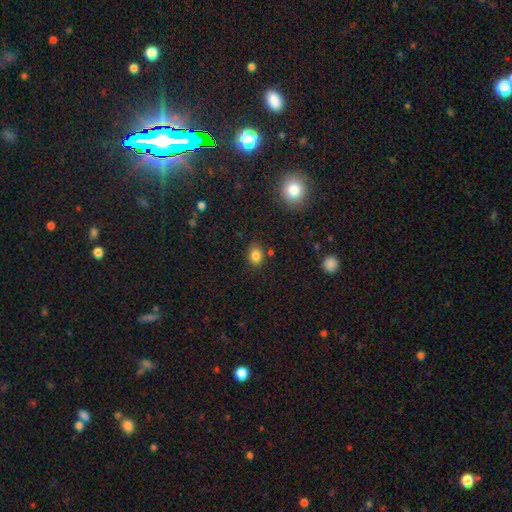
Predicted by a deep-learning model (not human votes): This is clearly a smooth galaxy (83%). How rounded: possibly in between (52%). Merging: likely none (77%).